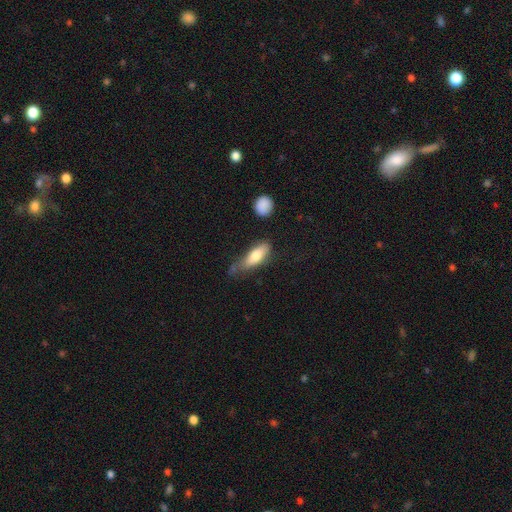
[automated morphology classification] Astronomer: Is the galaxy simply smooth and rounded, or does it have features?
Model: smooth — 73%.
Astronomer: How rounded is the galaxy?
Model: in between — 62%.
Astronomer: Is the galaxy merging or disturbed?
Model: none — 42% (runner-up: minor disturbance, 35%).